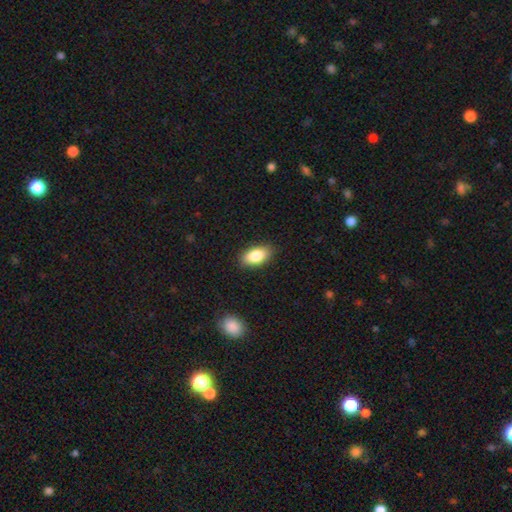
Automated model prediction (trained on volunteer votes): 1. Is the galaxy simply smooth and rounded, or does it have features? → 84% smooth, 8% featured or disk, 7% star or artifact.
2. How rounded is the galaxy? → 91% in between, 5% round, 5% cigar-shaped.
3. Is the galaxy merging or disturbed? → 87% none, 10% minor disturbance, 2% major disturbance, 1% merger.